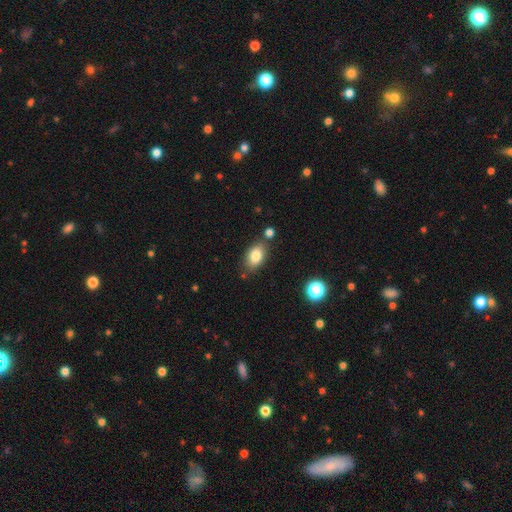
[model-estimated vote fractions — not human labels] Smooth or featured: smooth — 82% (featured or disk — 10%)
How rounded: in between — 89% (round — 9%)
Merging: none — 75% (minor disturbance — 14%)